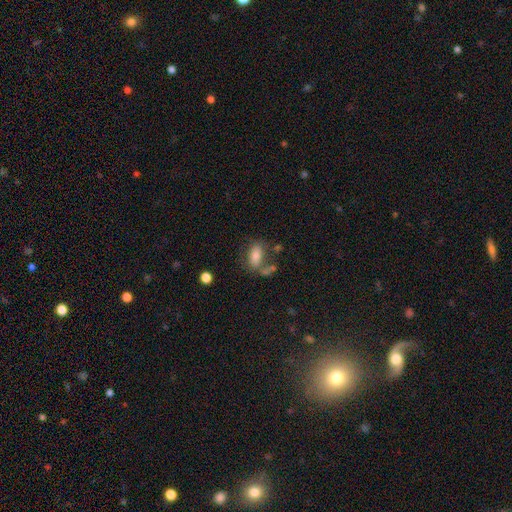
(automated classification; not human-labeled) smooth_or_featured: smooth (p=0.76) [alt: featured or disk p=0.14]
how_rounded: in between (p=0.87) [alt: round p=0.07]
merging: none (p=0.54) [alt: minor disturbance p=0.17]